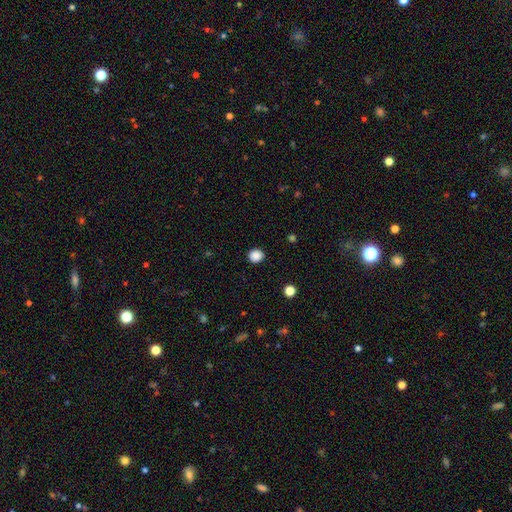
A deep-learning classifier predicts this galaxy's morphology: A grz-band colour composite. It shows a smooth galaxy with no disk features (87%) that is round (84%). Merging: none (91%).